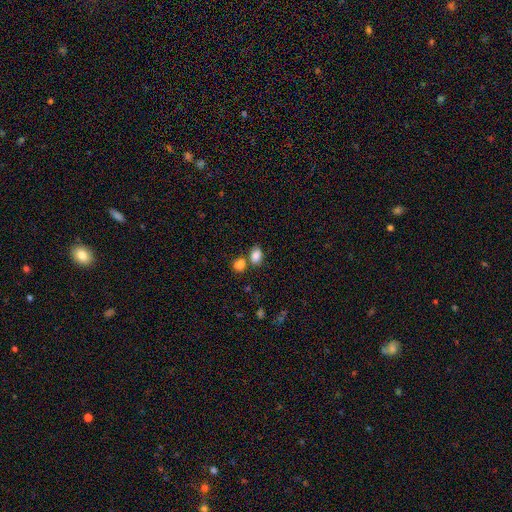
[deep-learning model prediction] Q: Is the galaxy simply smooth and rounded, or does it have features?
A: smooth — 85%.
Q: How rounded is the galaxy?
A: in between — 78%.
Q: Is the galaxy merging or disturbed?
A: none — 53%.